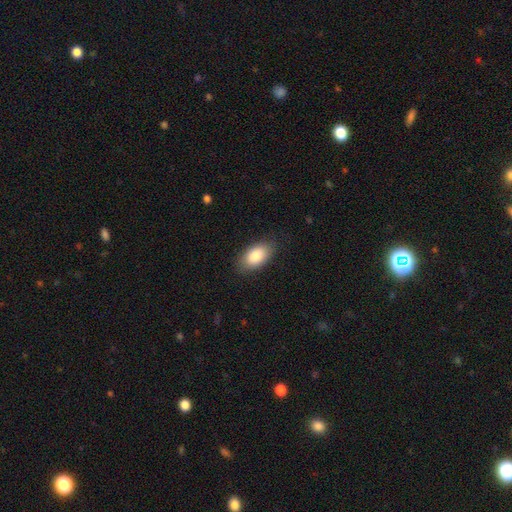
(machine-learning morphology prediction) A smooth galaxy with no disk features (86%) that is in between round and cigar-shaped (94%).

Vote fractions:
- Smooth or featured? smooth: 86% / featured or disk: 7% / star or artifact: 6%
- How rounded? in between: 94% / round: 4% / cigar-shaped: 2%
- Merging? none: 83% / minor disturbance: 13% / major disturbance: 3% / merger: 1%